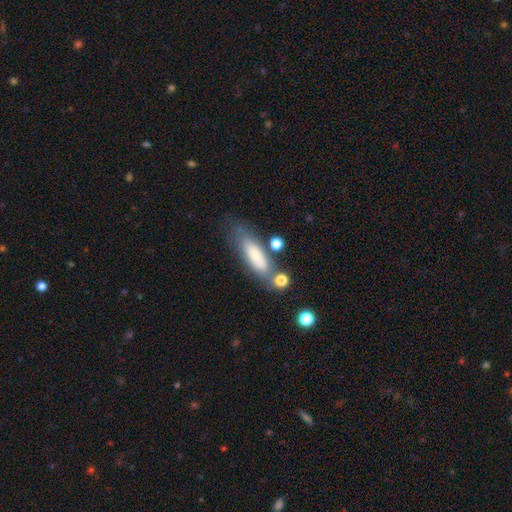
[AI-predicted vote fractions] Smooth or featured?
  - smooth: 63% *
  - featured or disk: 29%
  - star or artifact: 8%
How rounded?
  - in between: 49% * (tied)
  - cigar-shaped: 49% * (tied)
  - round: 3%
Merging?
  - none: 59% *
  - minor disturbance: 19%
  - merger: 13%
  - major disturbance: 9%